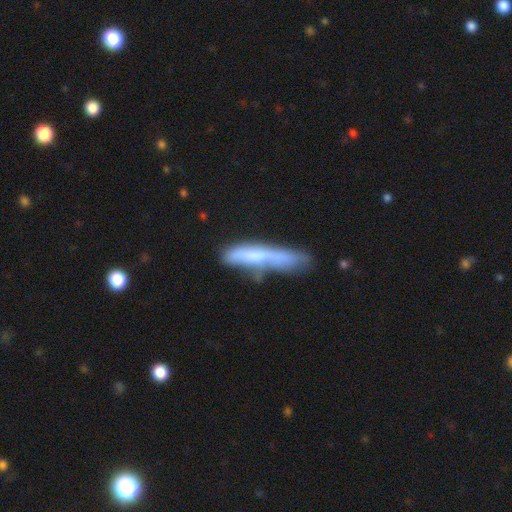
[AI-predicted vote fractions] smooth_or_featured: smooth (p=0.60) [alt: featured or disk p=0.33]
how_rounded: cigar-shaped (p=0.86) [alt: in between p=0.12]
merging: none (p=0.39) [alt: minor disturbance p=0.26]